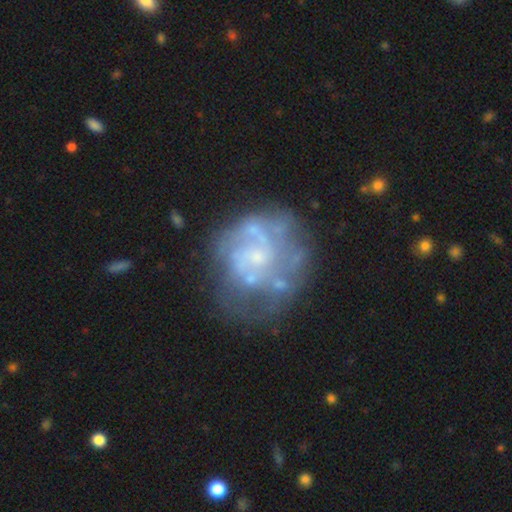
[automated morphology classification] This appears to be a featured or disk galaxy (73%) with no bar (79%), spiral arms (52%) and a small central bulge (50%). Merging: none (49%).